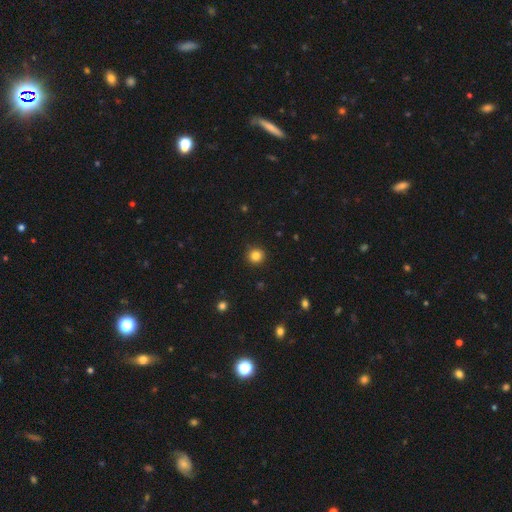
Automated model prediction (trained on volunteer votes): smooth 83%, star or artifact 12%, featured or disk 5%. Down the decision tree: how rounded — round (94%); merging — none (92%).